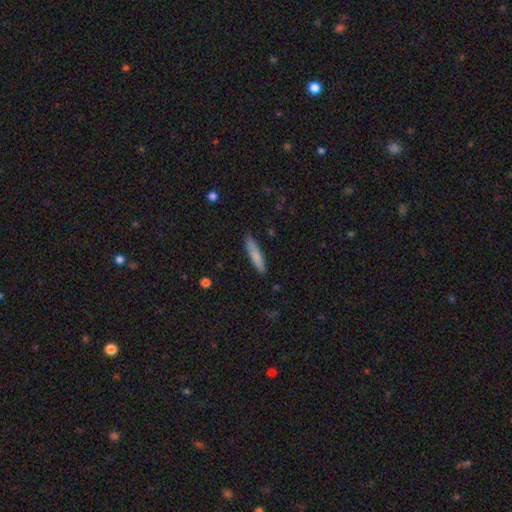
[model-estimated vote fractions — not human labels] This is clearly a smooth galaxy (80%). How rounded: clearly cigar-shaped (87%). Merging: clearly none (86%).